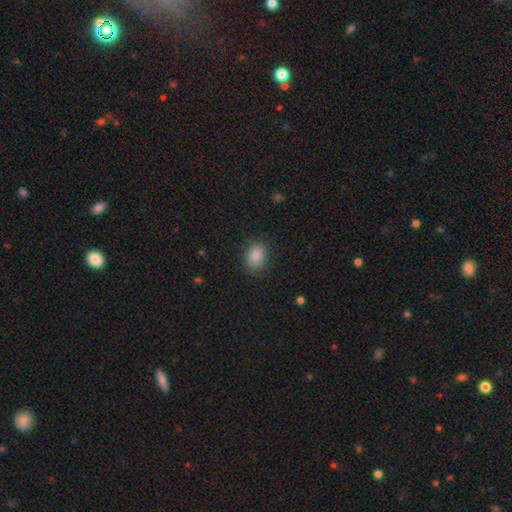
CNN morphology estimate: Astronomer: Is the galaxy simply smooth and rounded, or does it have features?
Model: smooth — 88%.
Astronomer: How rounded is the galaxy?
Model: in between — 76%.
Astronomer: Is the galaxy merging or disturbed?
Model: none — 82%.